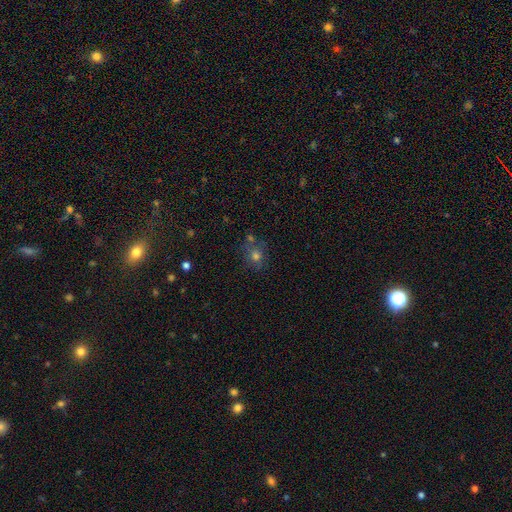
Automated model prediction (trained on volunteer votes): This is likely a smooth galaxy (64%). How rounded: clearly round (81%). Merging: likely none (71%).